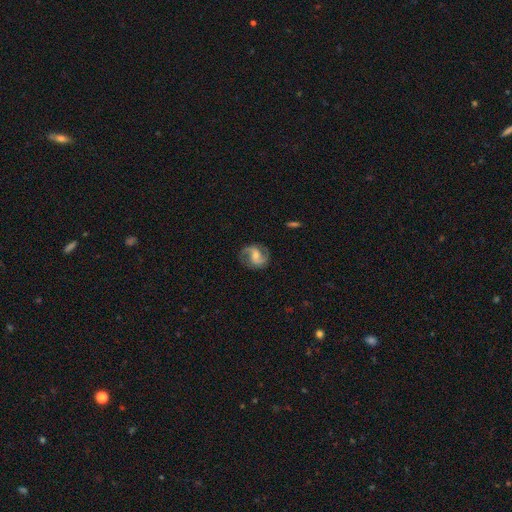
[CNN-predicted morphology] featured or disk 85%, smooth 10%, star or artifact 6%. Down the decision tree: edge-on disk — no (98%); bar — weak (45%); spiral arms — yes (97%); spiral arm count — 2 (91%); spiral winding — medium (51%); bulge size — moderate (49%); merging — none (80%).